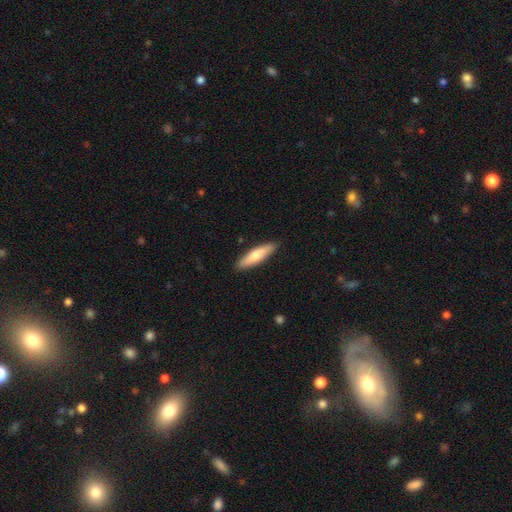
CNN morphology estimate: type=smooth (68%); roundness=cigar-shaped (76%); merging=none (90%).